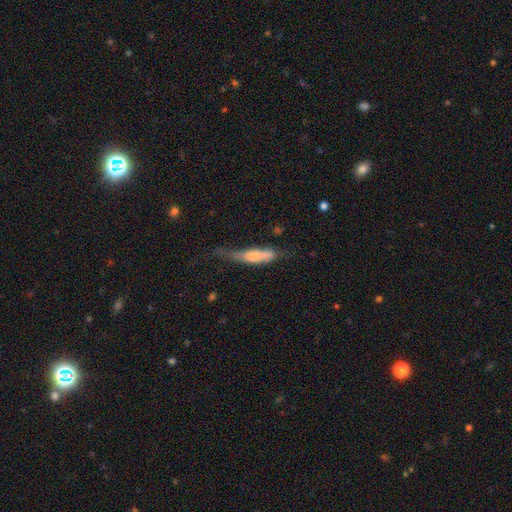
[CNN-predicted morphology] Smooth or featured?
  - smooth: 60% *
  - featured or disk: 32%
  - star or artifact: 8%
How rounded?
  - cigar-shaped: 64% *
  - in between: 33%
  - round: 3%
Merging?
  - minor disturbance: 31% *
  - none: 30%
  - major disturbance: 28%
  - merger: 11%